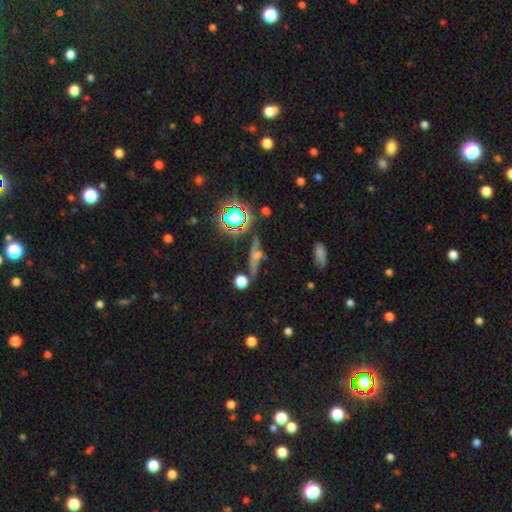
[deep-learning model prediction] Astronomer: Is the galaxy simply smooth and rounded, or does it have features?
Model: star or artifact — 36%, tied with featured or disk at 36%.